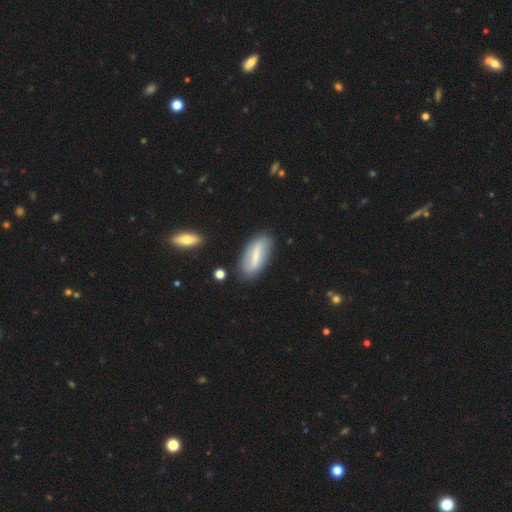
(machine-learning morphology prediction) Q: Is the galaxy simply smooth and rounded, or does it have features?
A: smooth — 49%.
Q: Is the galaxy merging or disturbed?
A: none — 81%.